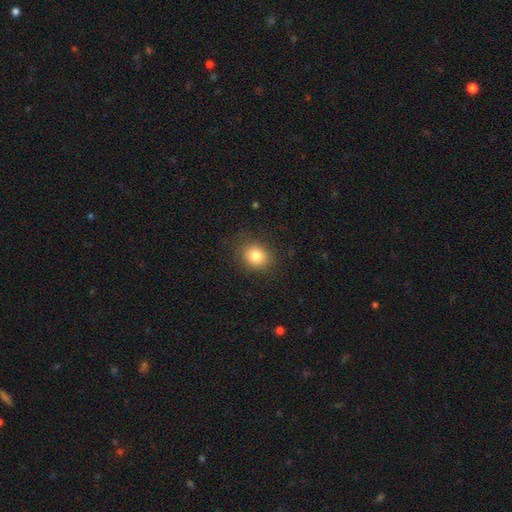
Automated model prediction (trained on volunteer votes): Smooth or featured? smooth (83%)
How rounded? round (65%)
Merging? none (84%)